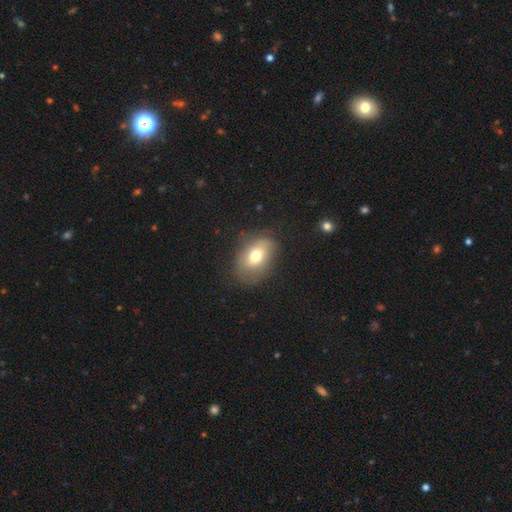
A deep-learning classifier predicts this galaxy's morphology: smooth 70%, featured or disk 20%, star or artifact 10%. Down the decision tree: how rounded — in between (80%); merging — none (72%).